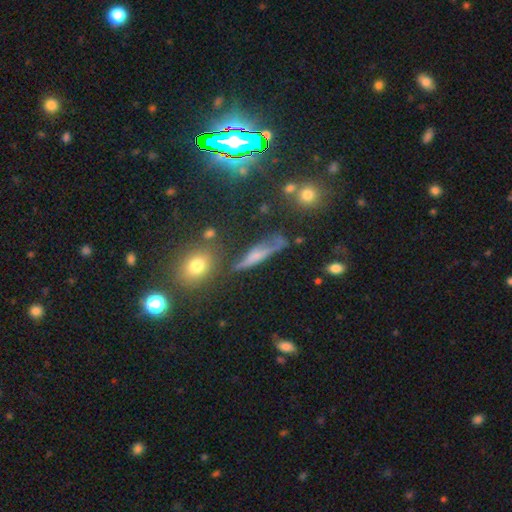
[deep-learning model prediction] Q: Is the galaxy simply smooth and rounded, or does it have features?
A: featured or disk — 40%.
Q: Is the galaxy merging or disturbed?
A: none — 62%.